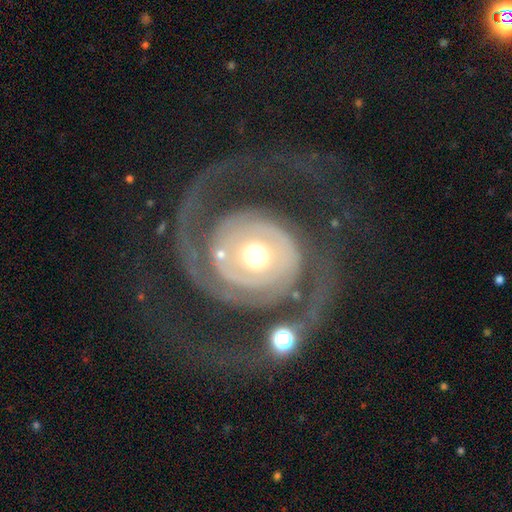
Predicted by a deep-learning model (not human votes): The model was most divided on "spiral winding": tight: 41%, medium: 35%, loose: 25%. More confident: edge-on disk — no (97%); spiral arms — yes (90%); smooth or featured — featured or disk (87%); spiral arm count — 2 (83%); bar — no (79%); bulge size — moderate (69%); merging — none (59%).